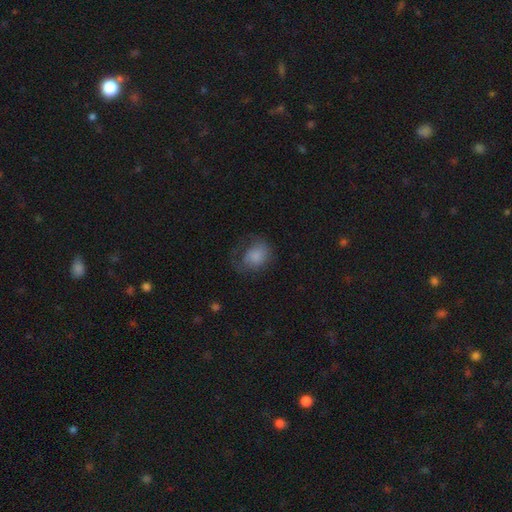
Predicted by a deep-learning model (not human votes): Morphology: type=smooth (68%); roundness=in between (52%); merging=none (37%).